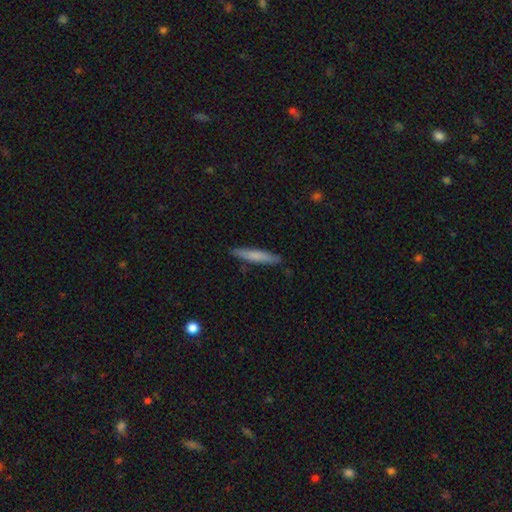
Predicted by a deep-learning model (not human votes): smooth_or_featured: smooth (p=0.72) [alt: featured or disk p=0.23]
how_rounded: cigar-shaped (p=0.93) [alt: in between p=0.06]
merging: none (p=0.88) [alt: minor disturbance p=0.09]